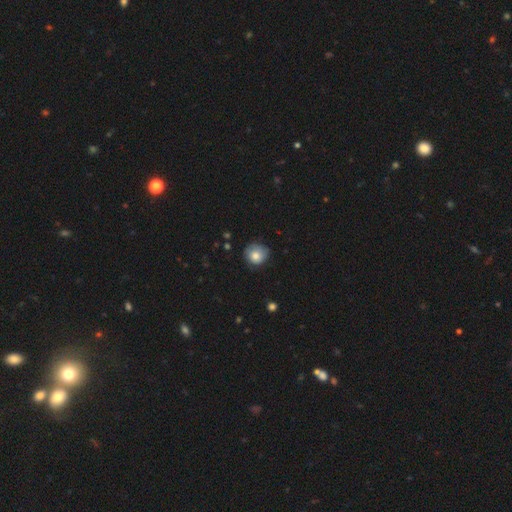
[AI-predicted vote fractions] smooth-or-featured: smooth: 74% | featured or disk: 18% | star or artifact: 8%
  how-rounded: round: 85% | in between: 14% | cigar-shaped: 1%
  merging: none: 66% | minor disturbance: 27% | major disturbance: 7% | merger: 1%